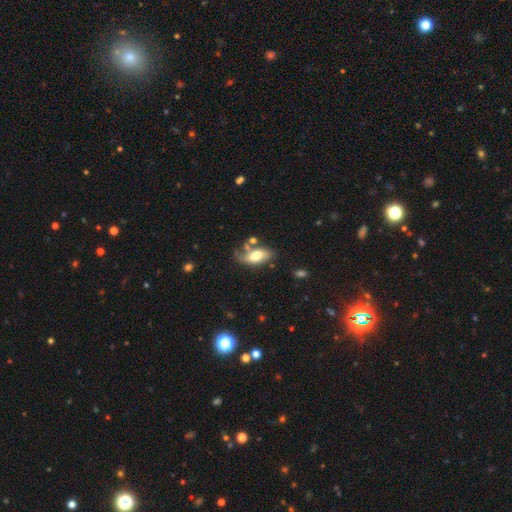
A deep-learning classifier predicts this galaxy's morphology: This is likely a smooth galaxy (66%). How rounded: clearly in between (87%). Merging: possibly none (47%).